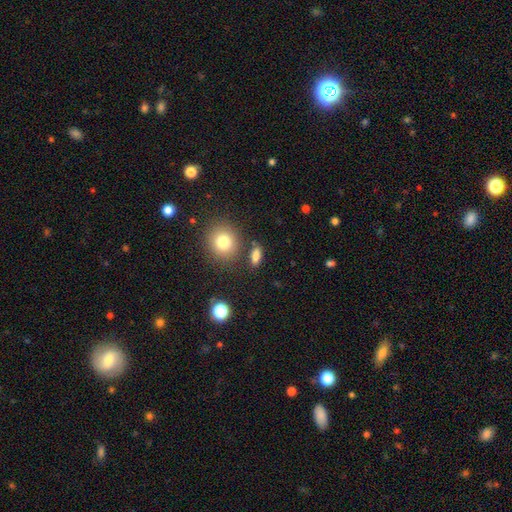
Smooth or featured? smooth (95%)
How rounded? in between (54%)
Merging? none (86%)